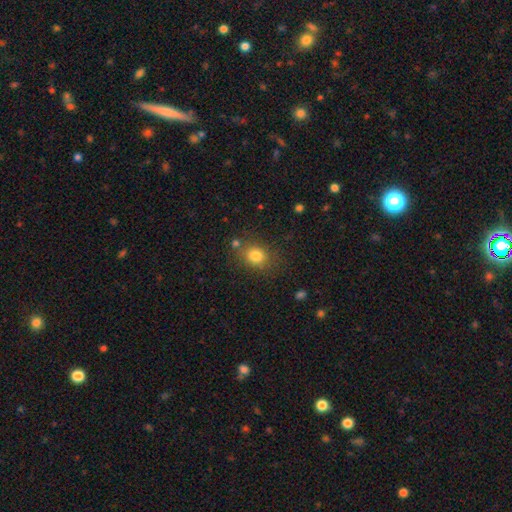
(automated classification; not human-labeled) Q: Smooth or featured?
A: smooth (80%); runner-up: star or artifact (12%)
Q: How rounded?
A: round (65%); runner-up: in between (34%)
Q: Merging?
A: none (76%); runner-up: minor disturbance (13%)